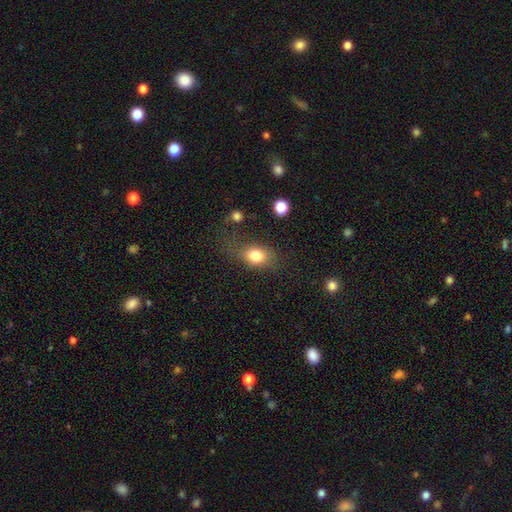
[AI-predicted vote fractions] smooth 80%, star or artifact 10%, featured or disk 10%. Down the decision tree: how rounded — in between (66%); merging — none (61%).